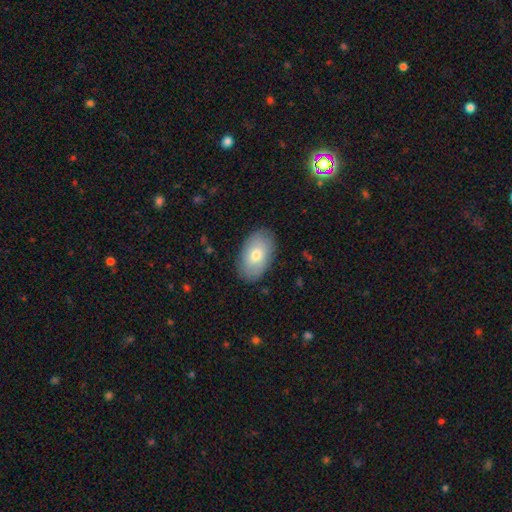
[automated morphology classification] smooth_or_featured: smooth (p=0.70) [alt: featured or disk p=0.23]
how_rounded: in between (p=0.92) [alt: round p=0.07]
merging: none (p=0.85) [alt: minor disturbance p=0.11]